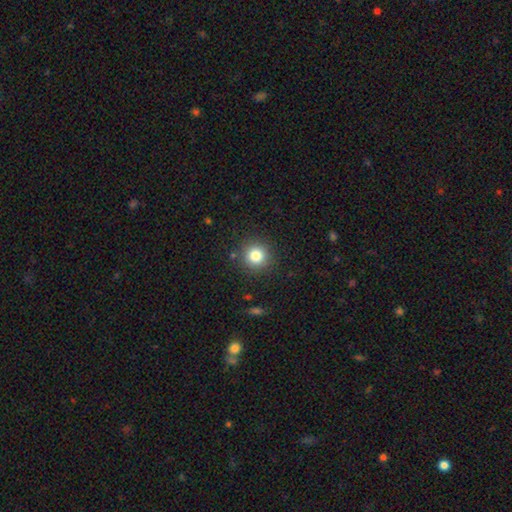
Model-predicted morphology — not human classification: Smooth or featured? smooth (81%)
How rounded? round (94%)
Merging? none (89%)